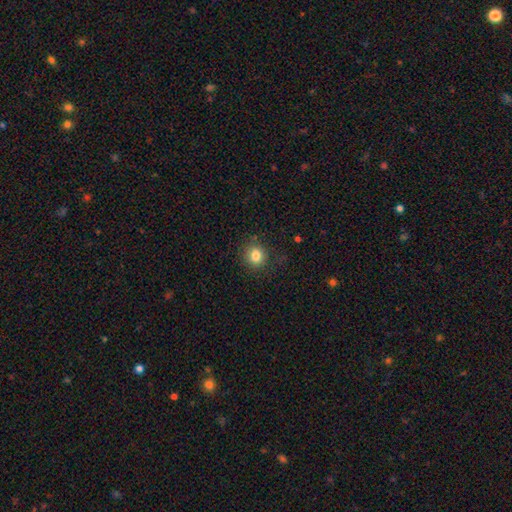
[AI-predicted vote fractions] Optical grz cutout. It shows a smooth galaxy with no disk features (82%) that is round (84%). Merging: none (85%).